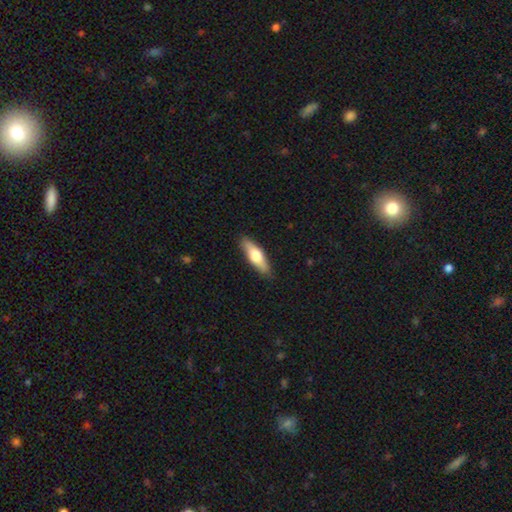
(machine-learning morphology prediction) Overall: smooth (60%; featured or disk 35%). How rounded: cigar-shaped (52%; in between 46%). Merging: none (88%).